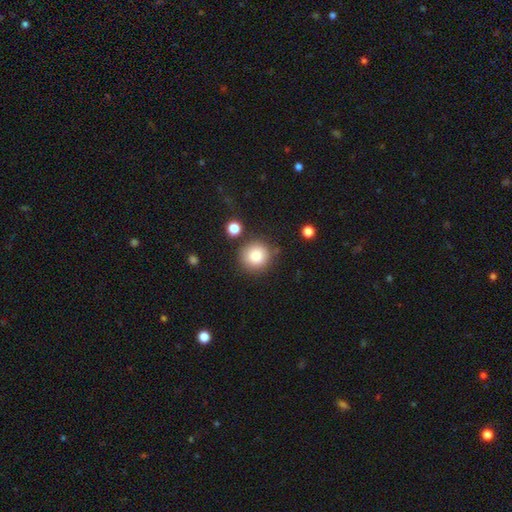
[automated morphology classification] Q: Smooth or featured?
A: smooth (83%); runner-up: star or artifact (10%)
Q: How rounded?
A: round (93%); runner-up: in between (6%)
Q: Merging?
A: none (80%); runner-up: minor disturbance (10%)